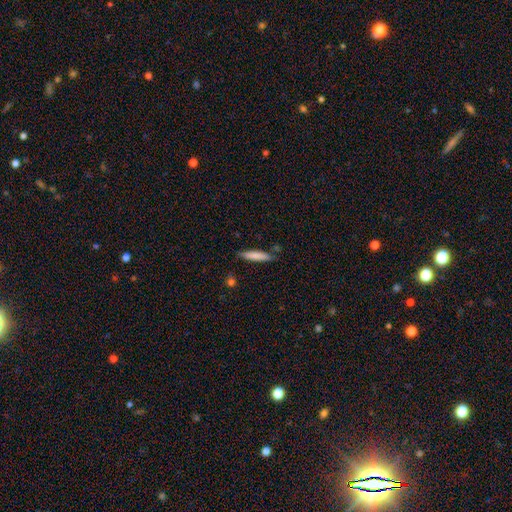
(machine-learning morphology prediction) Smooth or featured? Predicted: smooth (p=0.79). How rounded? Predicted: cigar-shaped (p=0.88). Merging? Predicted: none (p=0.80).